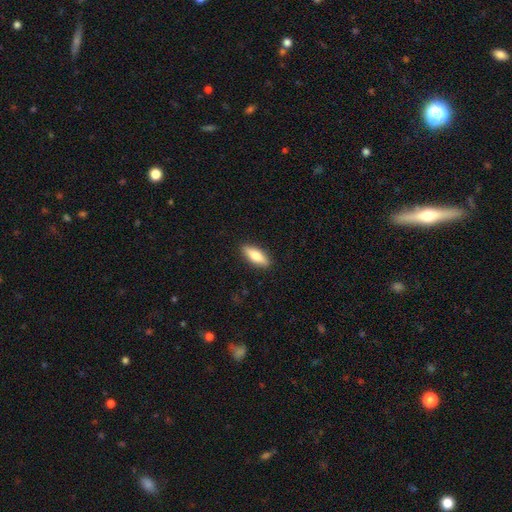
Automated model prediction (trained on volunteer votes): smooth 77%, featured or disk 17%, star or artifact 6%. Down the decision tree: how rounded — in between (62%); merging — none (90%).